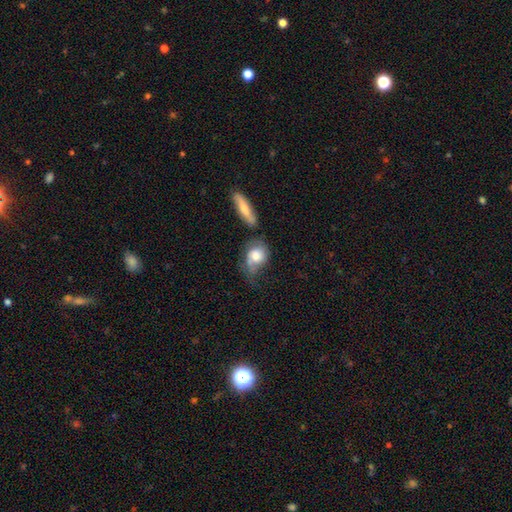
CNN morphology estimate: smooth 57%, featured or disk 36%, star or artifact 6%. Down the decision tree: how rounded — in between (57%); merging — none (32%).